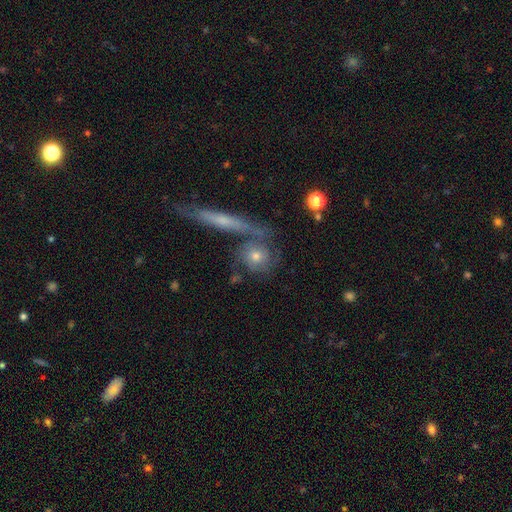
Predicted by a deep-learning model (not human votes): A featured or disk galaxy (57%).

Vote fractions:
- Smooth or featured? featured or disk: 57% / smooth: 34% / star or artifact: 10%
- Edge-on disk? no: 69% / yes: 31%
- Merging? none: 59% / merger: 21% / minor disturbance: 13% / major disturbance: 7%